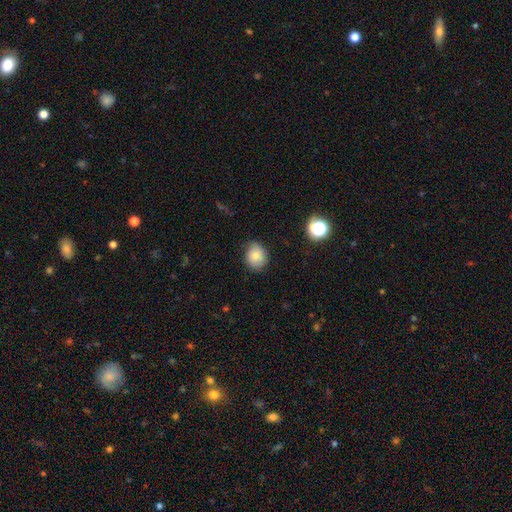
smooth_or_featured: smooth (p=0.74) [alt: featured or disk p=0.21]
how_rounded: round (p=0.69) [alt: in between p=0.28]
merging: none (p=0.68) [alt: minor disturbance p=0.27]